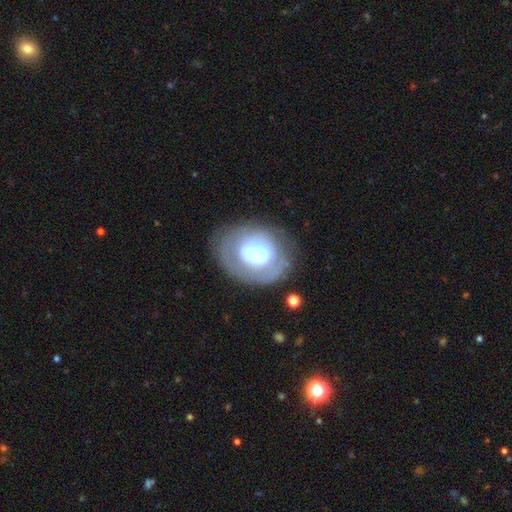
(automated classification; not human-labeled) A featured or disk galaxy (52%). Merging: none (54%).